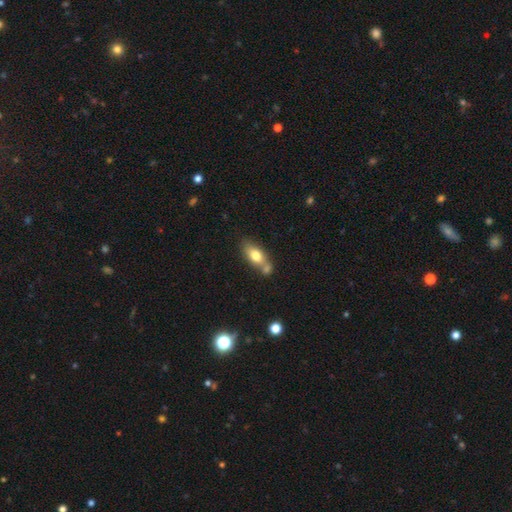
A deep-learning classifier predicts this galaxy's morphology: Smooth or featured: smooth — 71% (featured or disk — 21%)
How rounded: in between — 81% (cigar-shaped — 14%)
Merging: none — 45% (merger — 33%)